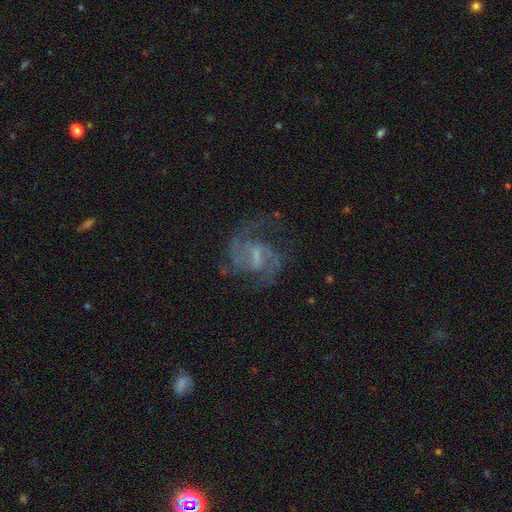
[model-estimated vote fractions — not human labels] smooth-or-featured: featured or disk: 85% | star or artifact: 8% | smooth: 7%
  disk-edge-on: no: 97% | yes: 3%
    bar: weak: 57% | strong: 24% | no: 19%
    has-spiral-arms: yes: 95% | no: 5%
      spiral-winding: medium: 58% | loose: 23% | tight: 19%
      spiral-arm-count: 2: 77% | 3: 8% | can't tell: 8% | 1: 3% | 4: 2% | more than 4: 2%
    bulge-size: small: 43% | none: 31% | moderate: 22% | large: 3% | dominant: 1%
  merging: none: 67% | minor disturbance: 16% | major disturbance: 15% | merger: 2%